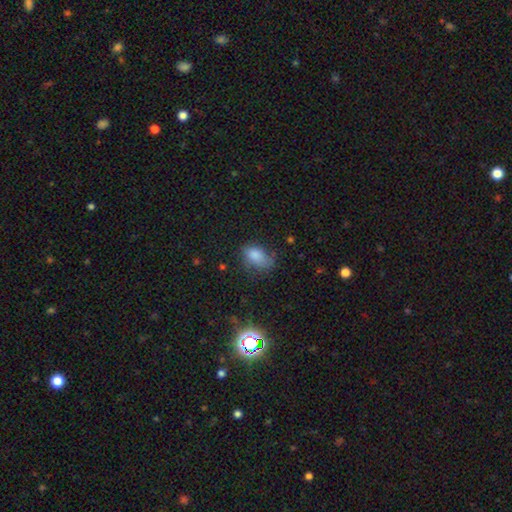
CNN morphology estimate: Smooth or featured: smooth — 80% (star or artifact — 11%)
How rounded: in between — 87% (round — 11%)
Merging: none — 52% (minor disturbance — 31%)